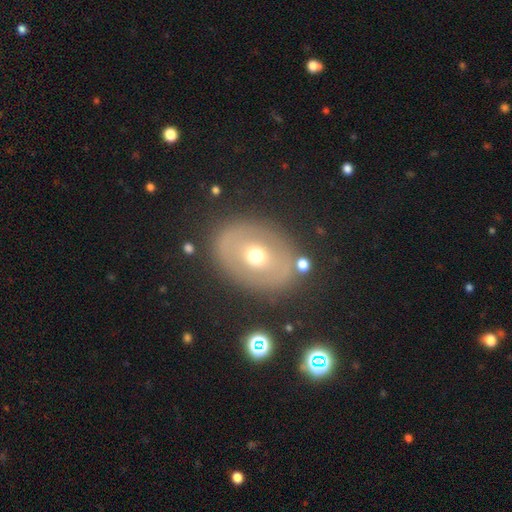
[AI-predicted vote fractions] Smooth or featured? featured or disk (47%)
Merging? none (81%)